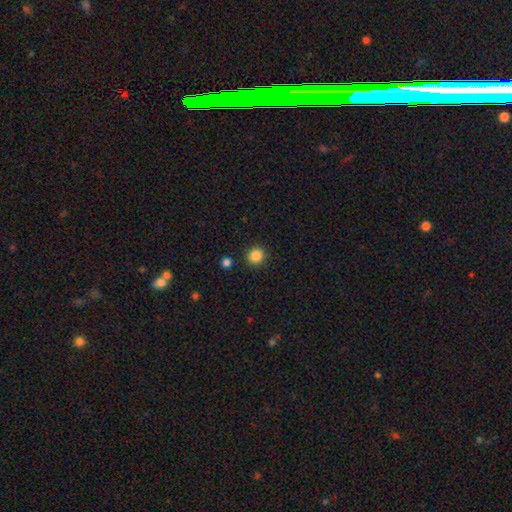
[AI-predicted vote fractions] A smooth galaxy with no disk features (86%) that is round (88%).

Vote fractions:
- Smooth or featured? smooth: 86% / star or artifact: 11% / featured or disk: 4%
- How rounded? round: 88% / in between: 11% / cigar-shaped: 1%
- Merging? none: 90% / minor disturbance: 6% / merger: 2% / major disturbance: 2%